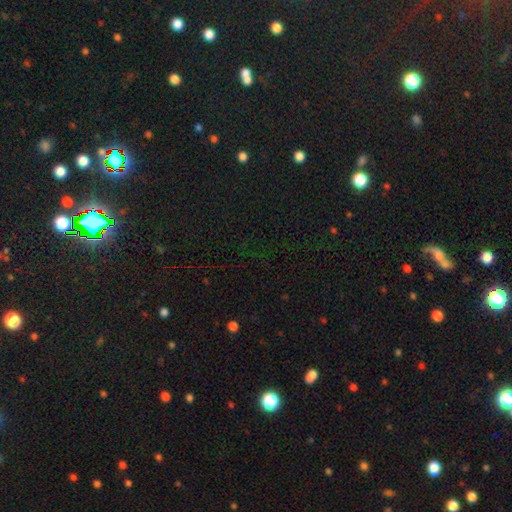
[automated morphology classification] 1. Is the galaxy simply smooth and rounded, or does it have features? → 77% star or artifact, 15% smooth, 8% featured or disk.